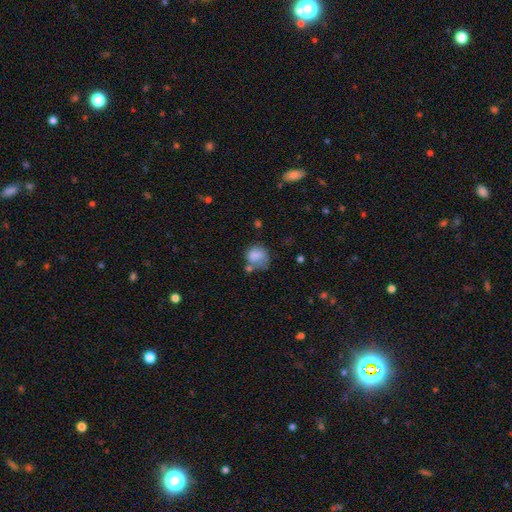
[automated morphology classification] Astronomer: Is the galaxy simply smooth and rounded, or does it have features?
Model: smooth — 79%.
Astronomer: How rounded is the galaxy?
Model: round — 69%.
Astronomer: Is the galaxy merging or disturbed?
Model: none — 44% (runner-up: minor disturbance, 25%).